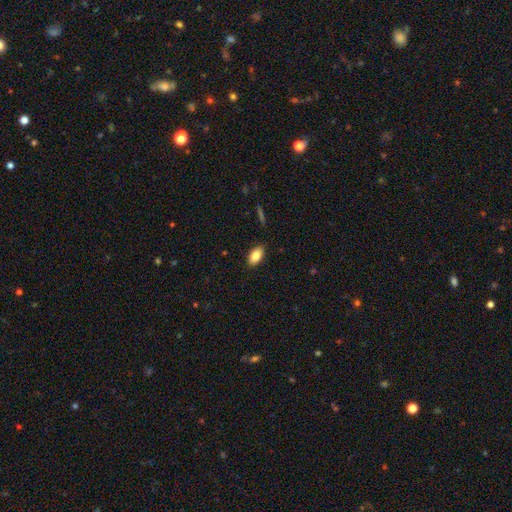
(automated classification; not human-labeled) This is clearly a smooth galaxy (85%). How rounded: clearly in between (92%). Merging: clearly none (87%).